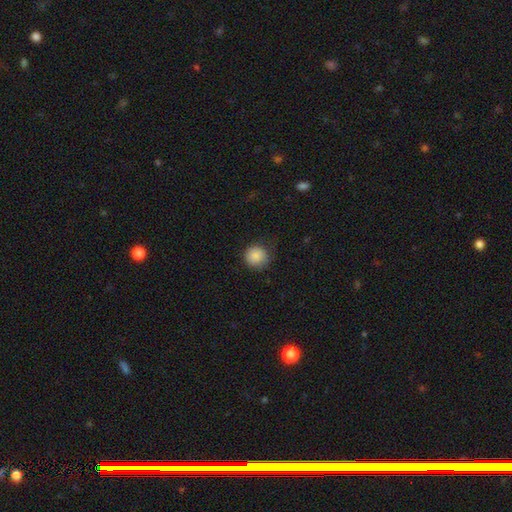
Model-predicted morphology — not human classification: Smooth or featured? smooth (87%)
How rounded? round (92%)
Merging? none (77%)